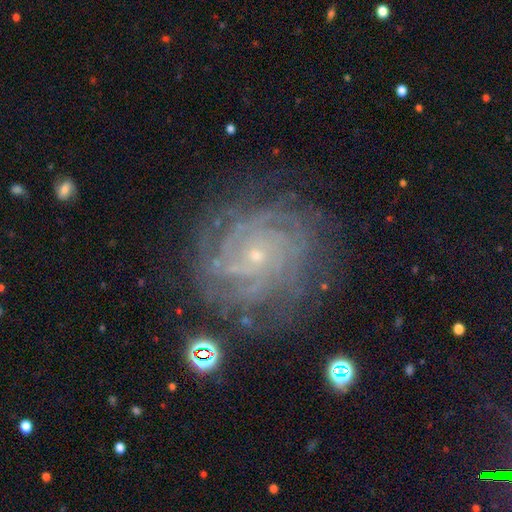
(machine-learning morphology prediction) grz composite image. It shows a featured or disk galaxy (86%) with no bar (78%), tight (75%) spiral arms (96%) and a small central bulge (87%). Merging: none (74%).